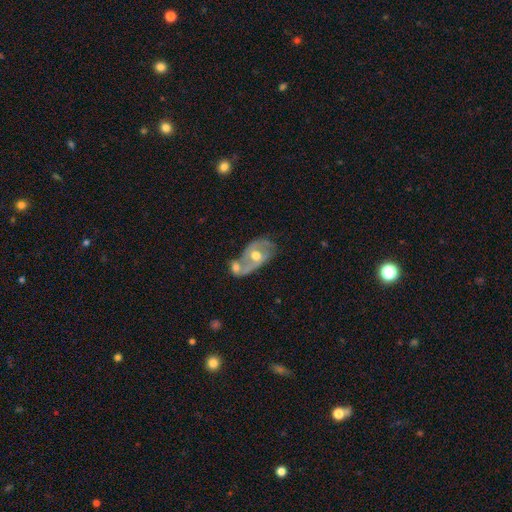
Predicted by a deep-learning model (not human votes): Morphology: type=featured or disk (71%); edge-on=no (93%); bar=no (59%); spiral arms=yes (70%); bulge=moderate (76%); merging=merger (42%).